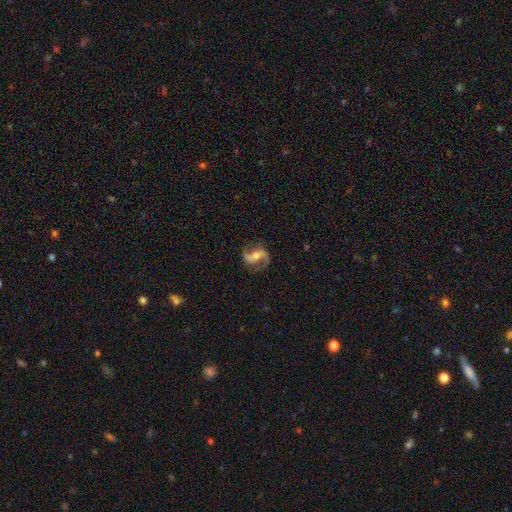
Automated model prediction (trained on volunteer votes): Smooth or featured: featured or disk — 88% (smooth — 6%)
Edge-on disk: no — 97% (yes — 3%)
Bar: weak — 38% (strong — 32%)
Spiral arms: yes — 97% (no — 3%)
Spiral winding: loose — 51% (medium — 40%)
Spiral arm count: 2 — 93% (1 — 2%)
Bulge size: moderate — 57% (small — 35%)
Merging: none — 81% (minor disturbance — 12%)